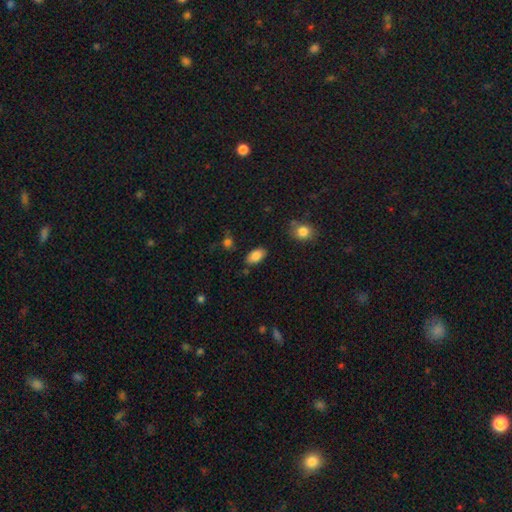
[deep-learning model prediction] smooth-or-featured: smooth: 85% | star or artifact: 8% | featured or disk: 7%
  how-rounded: in between: 93% | round: 4% | cigar-shaped: 3%
  merging: none: 84% | minor disturbance: 11% | major disturbance: 3% | merger: 2%